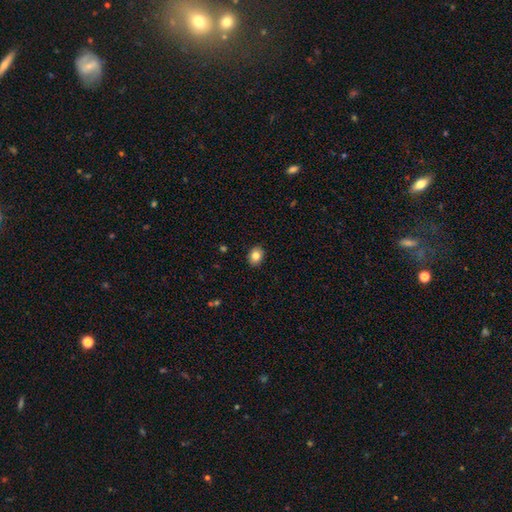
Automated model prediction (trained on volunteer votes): Q: Smooth or featured?
A: smooth (83%); runner-up: star or artifact (9%)
Q: How rounded?
A: in between (59%); runner-up: round (40%)
Q: Merging?
A: none (90%); runner-up: minor disturbance (8%)